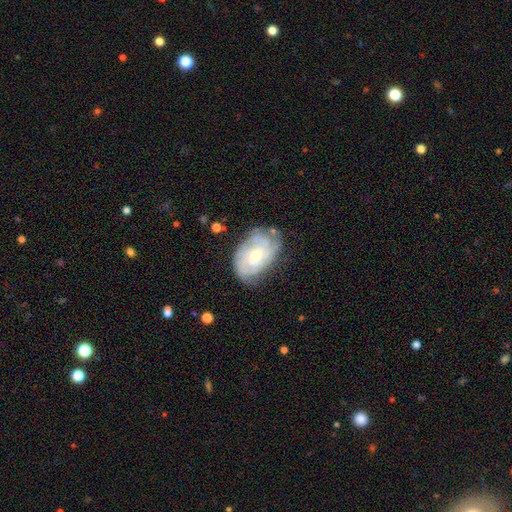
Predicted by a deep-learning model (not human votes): Smooth or featured? featured or disk (79%)
Edge-on disk? no (96%)
Bar? no (68%)
Spiral arms? yes (91%)
Spiral winding? tight (71%)
Spiral arm count? can't tell (43%)
Bulge size? small (52%)
Merging? none (71%)